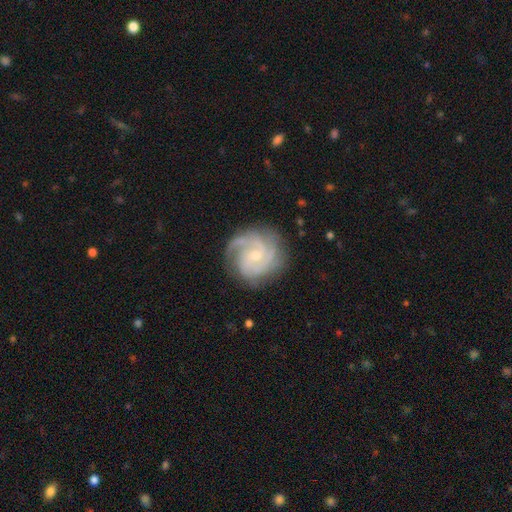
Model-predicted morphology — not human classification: Smooth or featured? featured or disk (87%)
Edge-on disk? no (98%)
Bar? no (65%)
Spiral arms? yes (98%)
Spiral winding? tight (57%)
Spiral arm count? 3 (49%)
Bulge size? small (64%)
Merging? none (77%)